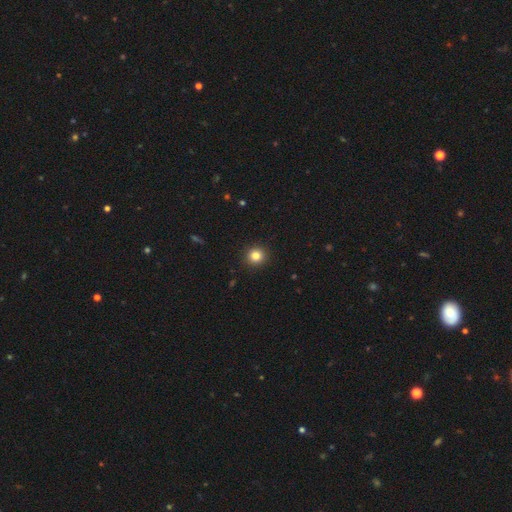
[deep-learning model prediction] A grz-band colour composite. It shows a smooth galaxy with no disk features (83%) that is round (93%). Merging: none (93%).